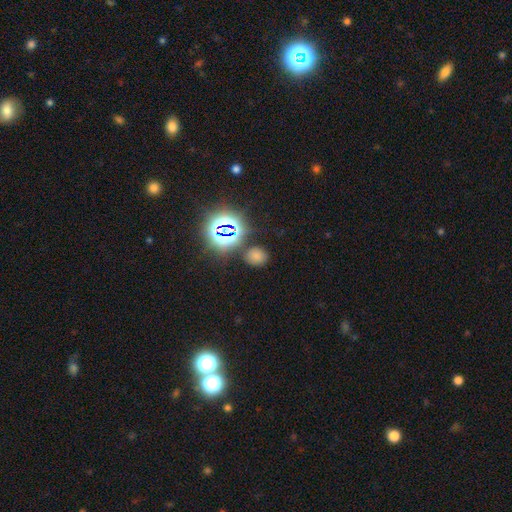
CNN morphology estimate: smooth 64%, star or artifact 30%, featured or disk 6%. Down the decision tree: how rounded — round (66%); merging — none (80%).